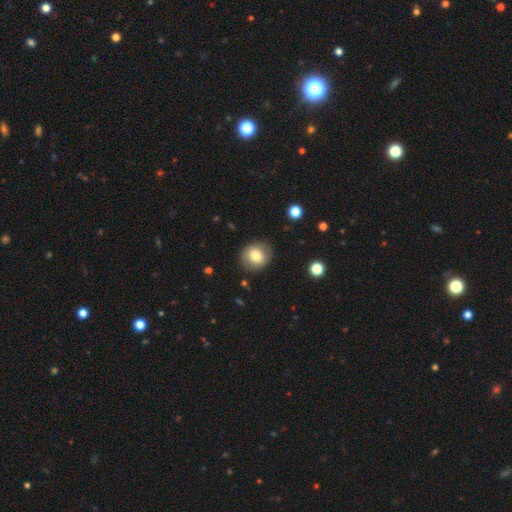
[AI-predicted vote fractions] A smooth galaxy with no disk features (77%) that is round (81%).

Vote fractions:
- Smooth or featured? smooth: 77% / featured or disk: 14% / star or artifact: 9%
- How rounded? round: 81% / in between: 18% / cigar-shaped: 1%
- Merging? none: 84% / minor disturbance: 11% / major disturbance: 3% / merger: 1%